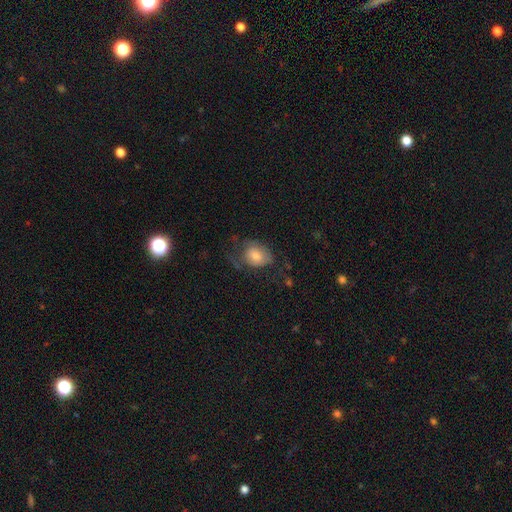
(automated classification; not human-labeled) A smooth galaxy with no disk features (64%) that is in between round and cigar-shaped (58%). Merging: none (42%).